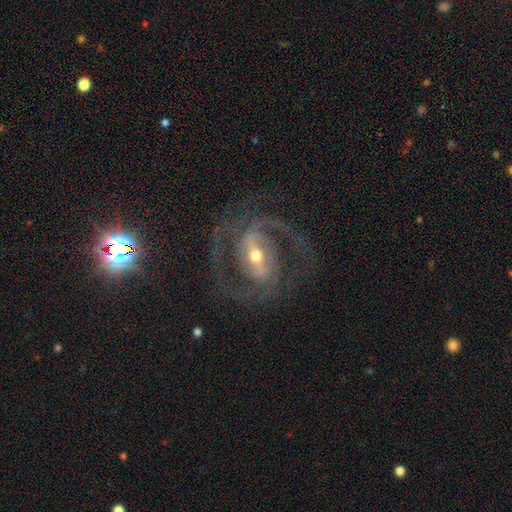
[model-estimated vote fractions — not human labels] Smooth or featured: featured or disk — 90% (star or artifact — 6%)
Edge-on disk: no — 97% (yes — 3%)
Bar: strong — 59% (weak — 30%)
Spiral arms: yes — 97% (no — 3%)
Spiral winding: medium — 59% (tight — 28%)
Spiral arm count: 2 — 87% (3 — 5%)
Bulge size: moderate — 52% (small — 42%)
Merging: none — 76% (minor disturbance — 12%)